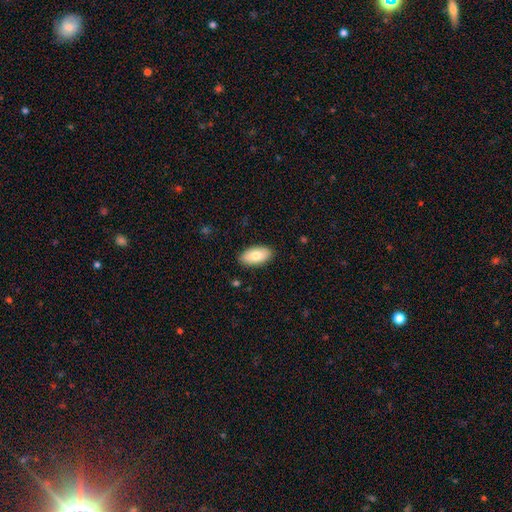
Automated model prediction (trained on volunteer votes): Smooth or featured? Predicted: smooth (p=0.80). How rounded? Predicted: in between (p=0.94). Merging? Predicted: none (p=0.88).